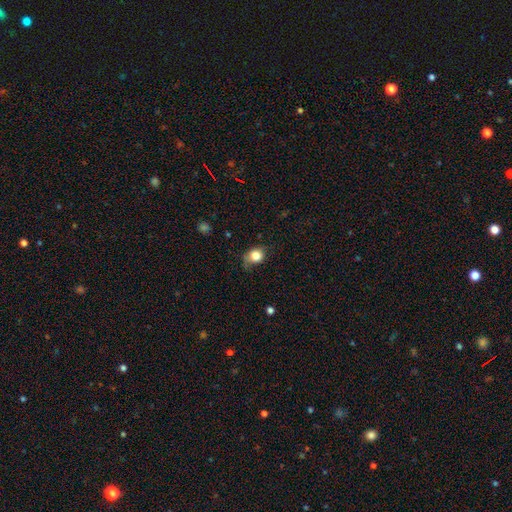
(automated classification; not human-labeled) Smooth or featured?
  - smooth: 80% *
  - star or artifact: 10%
  - featured or disk: 10%
How rounded?
  - round: 57% *
  - in between: 42%
  - cigar-shaped: 1%
Merging?
  - none: 56% *
  - minor disturbance: 32%
  - major disturbance: 11%
  - merger: 2%